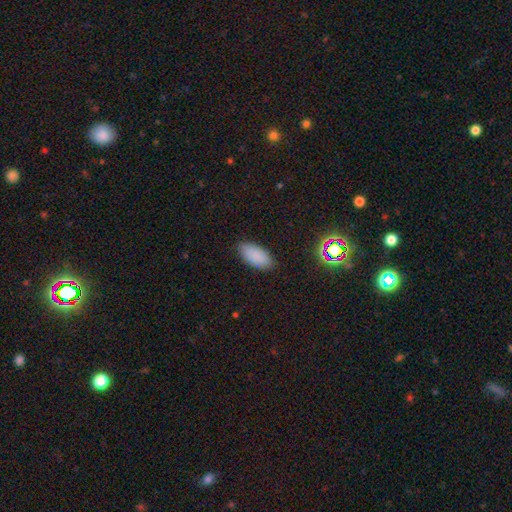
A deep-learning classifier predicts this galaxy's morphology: Q: Smooth or featured?
A: smooth (86%); runner-up: star or artifact (9%)
Q: How rounded?
A: in between (92%); runner-up: cigar-shaped (6%)
Q: Merging?
A: none (85%); runner-up: minor disturbance (12%)